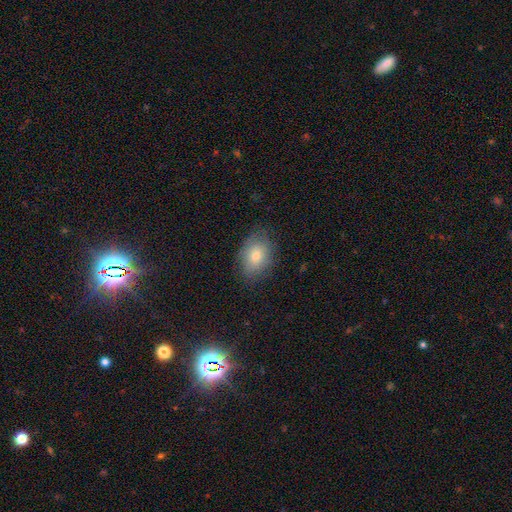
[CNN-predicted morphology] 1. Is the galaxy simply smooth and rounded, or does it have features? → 75% smooth, 16% featured or disk, 10% star or artifact.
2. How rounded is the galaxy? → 80% in between, 18% round, 1% cigar-shaped.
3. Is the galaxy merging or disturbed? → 79% none, 16% minor disturbance, 4% major disturbance, 1% merger.